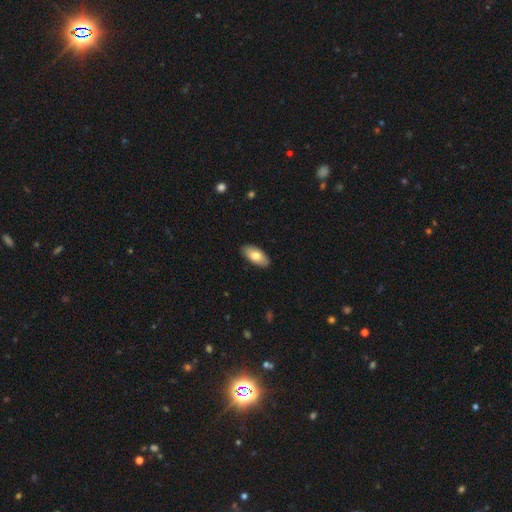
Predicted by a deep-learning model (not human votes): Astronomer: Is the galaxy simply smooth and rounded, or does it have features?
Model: smooth — 77%.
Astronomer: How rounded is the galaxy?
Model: in between — 92%.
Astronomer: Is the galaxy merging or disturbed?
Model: none — 89%.